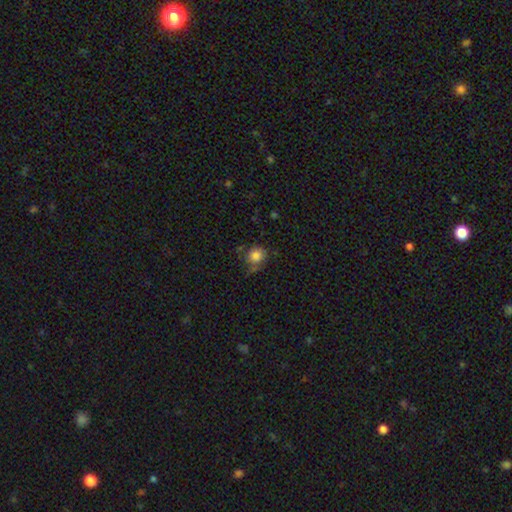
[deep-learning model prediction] A smooth galaxy with no disk features (81%) that is round (84%). Merging: none (55%).